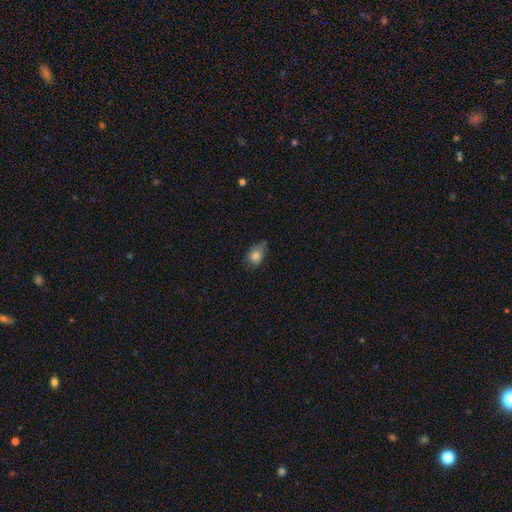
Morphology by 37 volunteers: smooth 76%, featured or disk 16%, star or artifact 8%. Down the decision tree: how rounded — in between (89%); merging — none (50%).